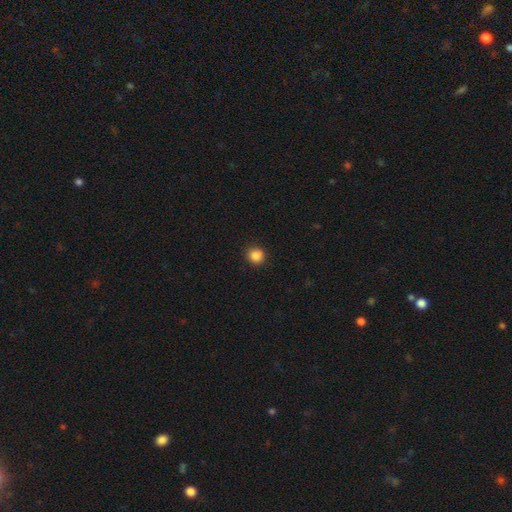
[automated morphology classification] smooth_or_featured: smooth (p=0.86) [alt: star or artifact p=0.10]
how_rounded: round (p=0.89) [alt: in between p=0.10]
merging: none (p=0.90) [alt: minor disturbance p=0.07]